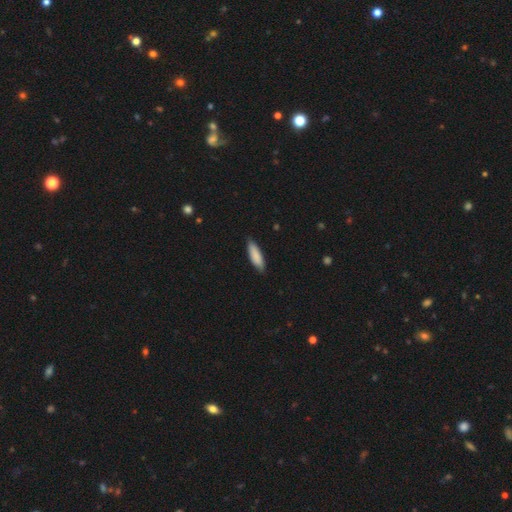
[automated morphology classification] This is clearly a smooth galaxy (86%). How rounded: possibly cigar-shaped (54%). Merging: clearly none (85%).